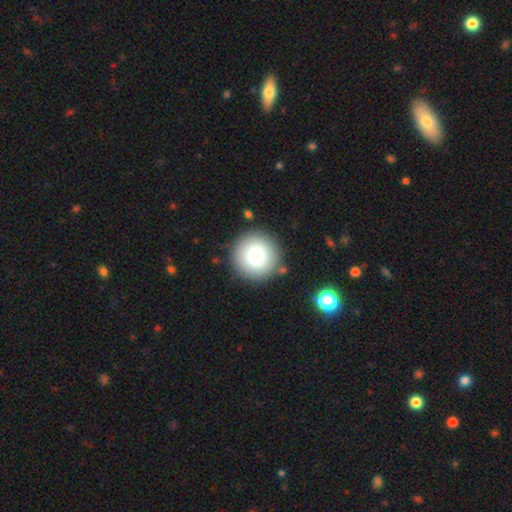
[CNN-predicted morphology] smooth 78%, featured or disk 11%, star or artifact 10%. Down the decision tree: how rounded — round (96%); merging — none (88%).